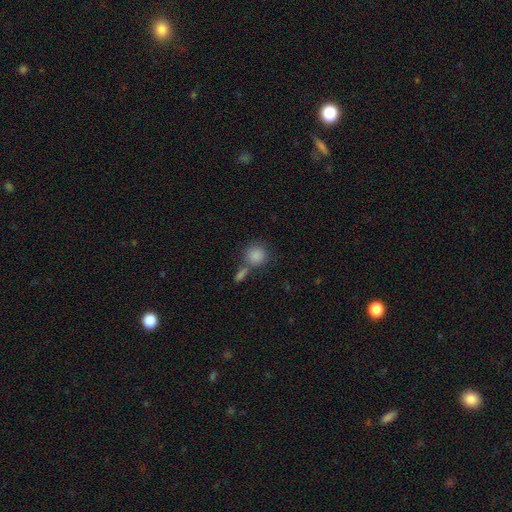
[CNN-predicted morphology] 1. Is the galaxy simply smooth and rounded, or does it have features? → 86% smooth, 9% star or artifact, 6% featured or disk.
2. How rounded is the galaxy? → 86% round, 12% in between, 1% cigar-shaped.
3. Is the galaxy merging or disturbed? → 58% none, 27% merger, 10% minor disturbance, 5% major disturbance.